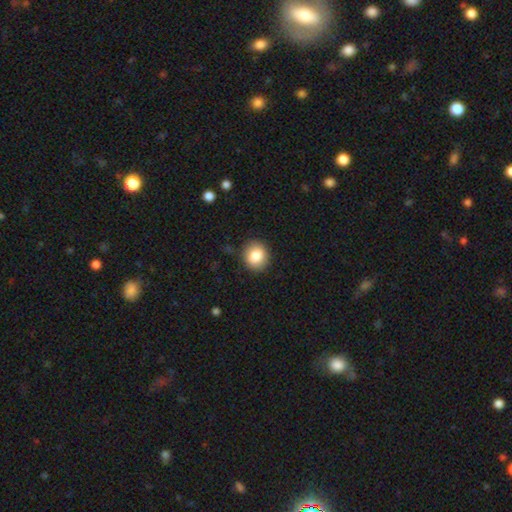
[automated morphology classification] The model was most divided on "how rounded": round: 81%, in between: 18%, cigar-shaped: 1%. More confident: merging — none (89%); smooth or featured — smooth (84%).